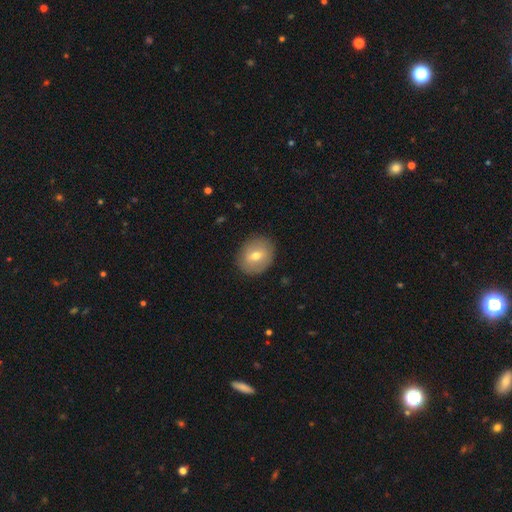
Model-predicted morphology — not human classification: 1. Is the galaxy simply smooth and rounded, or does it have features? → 65% smooth, 27% featured or disk, 8% star or artifact.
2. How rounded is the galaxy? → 65% round, 34% in between, 1% cigar-shaped.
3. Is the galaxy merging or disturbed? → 86% none, 10% minor disturbance, 3% major disturbance, 1% merger.